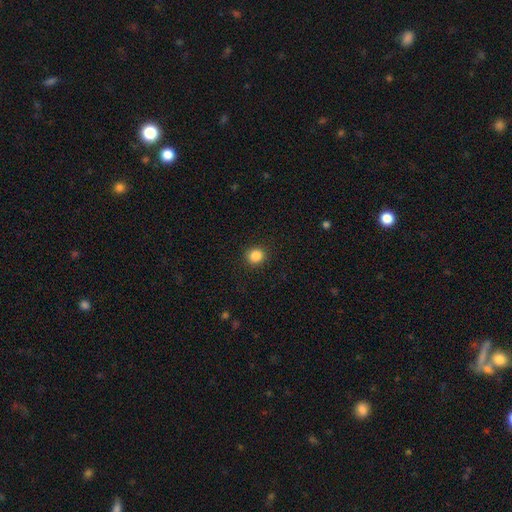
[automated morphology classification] Smooth or featured? smooth (86%)
How rounded? round (89%)
Merging? none (91%)